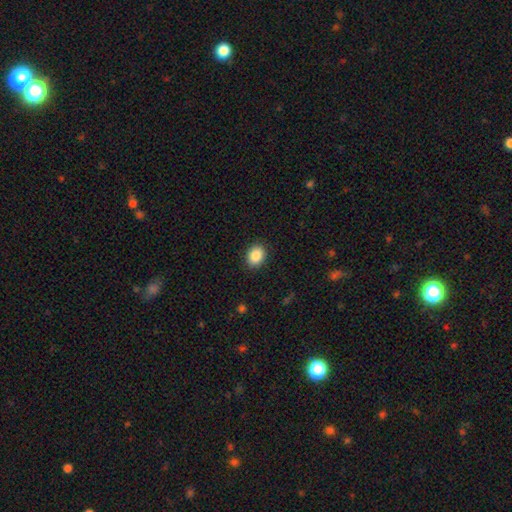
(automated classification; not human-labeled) smooth 87%, star or artifact 8%, featured or disk 4%. Down the decision tree: how rounded — in between (57%); merging — none (90%).